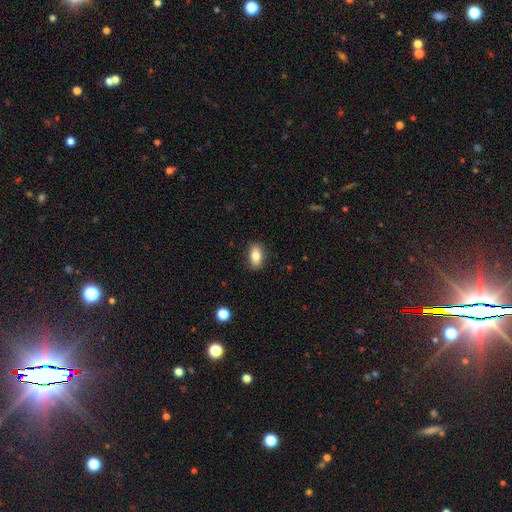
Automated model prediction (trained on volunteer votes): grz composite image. It shows a smooth galaxy with no disk features (82%) that is in between round and cigar-shaped (88%). Merging: none (87%).